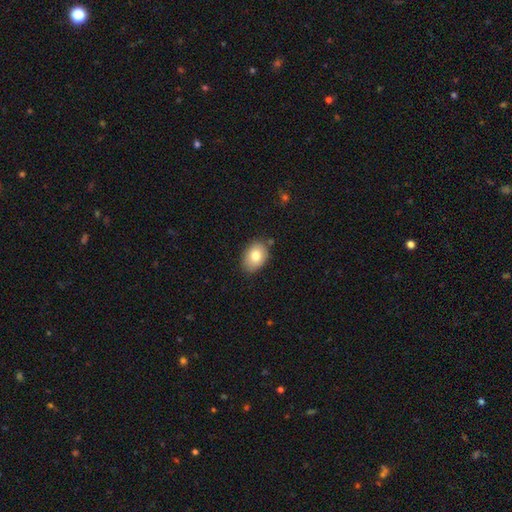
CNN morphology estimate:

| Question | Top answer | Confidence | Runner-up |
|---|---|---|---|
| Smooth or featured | smooth | 79% | featured or disk (13%) |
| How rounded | in between | 80% | round (19%) |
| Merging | none | 81% | minor disturbance (14%) |